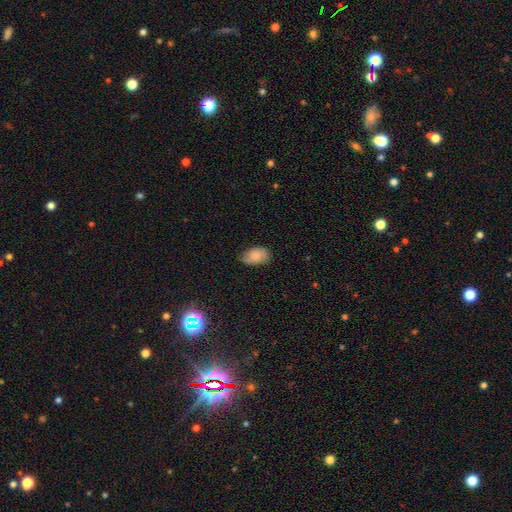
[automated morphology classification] type=smooth (67%); roundness=in between (89%); merging=none (71%).